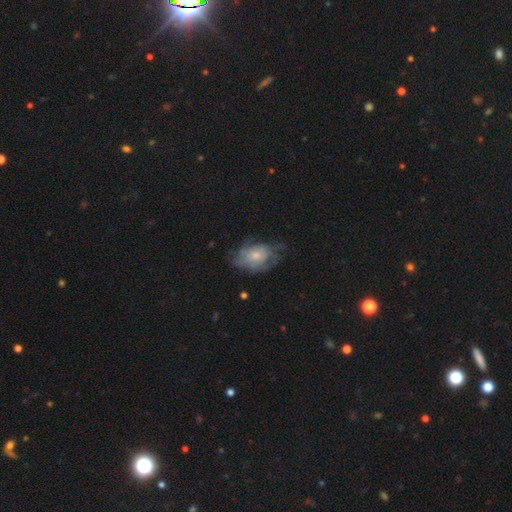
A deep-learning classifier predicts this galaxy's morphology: featured or disk 50%, smooth 42%, star or artifact 7%. Down the decision tree: edge-on disk — no (95%); merging — none (49%).